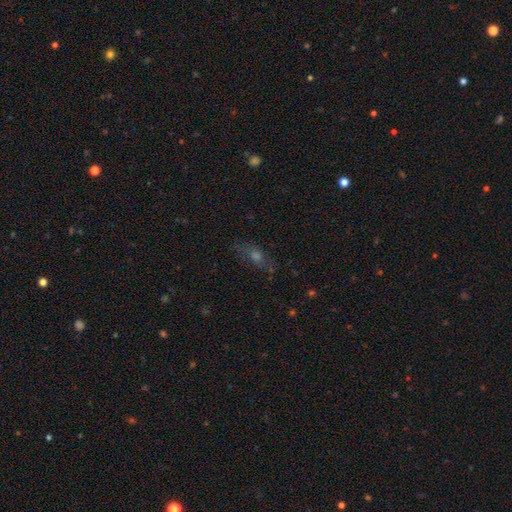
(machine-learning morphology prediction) Smooth or featured?
  - smooth: 39% *
  - featured or disk: 34%
  - star or artifact: 27%
Merging?
  - none: 74% *
  - minor disturbance: 16%
  - major disturbance: 8%
  - merger: 2%